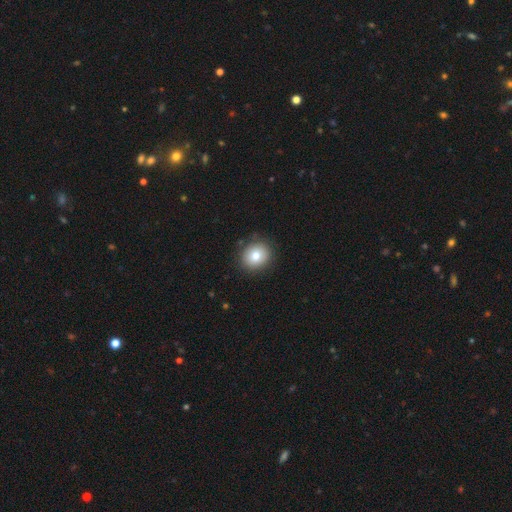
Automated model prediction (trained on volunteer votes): The model was most divided on "how rounded": round: 78%, in between: 21%, cigar-shaped: 1%. More confident: merging — none (88%); smooth or featured — smooth (80%).